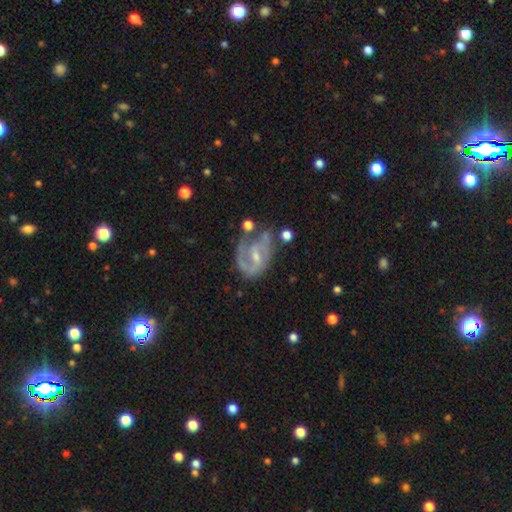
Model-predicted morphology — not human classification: Overall: featured or disk (81%). Edge-on disk: no (97%). Bar: weak (47%; no 33%). Spiral arms: yes (86%). Spiral arm count: 2 (56%; 1 21%). Spiral winding: medium (46%; tight 32%). Bulge size: small (58%; moderate 34%). Merging: none (44%; minor disturbance 26%).